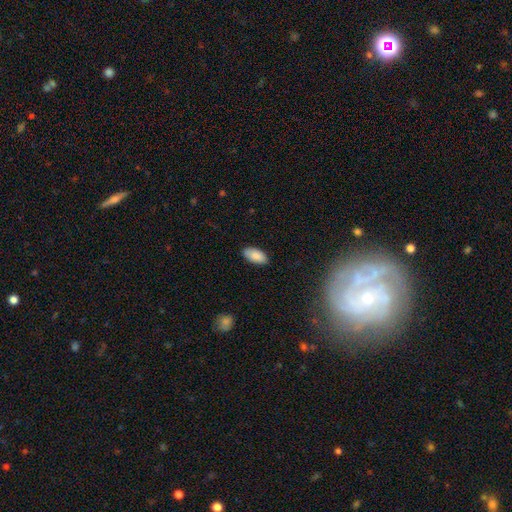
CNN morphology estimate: smooth-or-featured: smooth: 87% | star or artifact: 7% | featured or disk: 6%
  how-rounded: in between: 94% | cigar-shaped: 4% | round: 2%
  merging: none: 85% | minor disturbance: 12% | major disturbance: 2% | merger: 1%